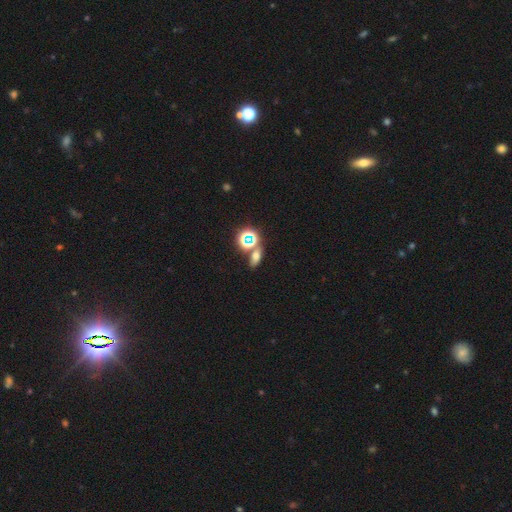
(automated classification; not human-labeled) Overall: smooth (53%; star or artifact 32%). How rounded: in between (68%). Merging: none (67%).